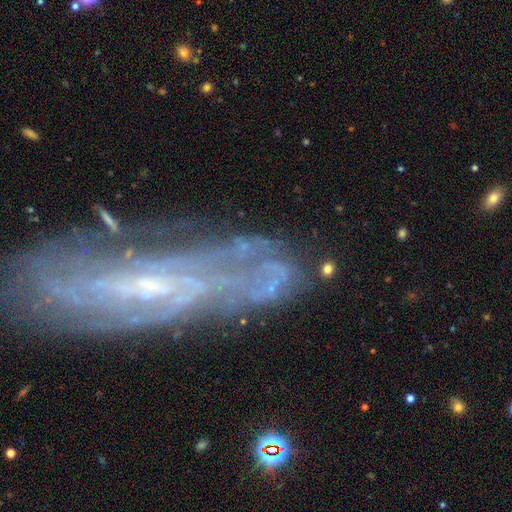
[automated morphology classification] type=featured or disk (80%); edge-on=no (76%); bar=no (48%); spiral arms=yes (85%); winding=tight (56%); arm count=can't tell (54%); bulge=small (63%); merging=none (72%).